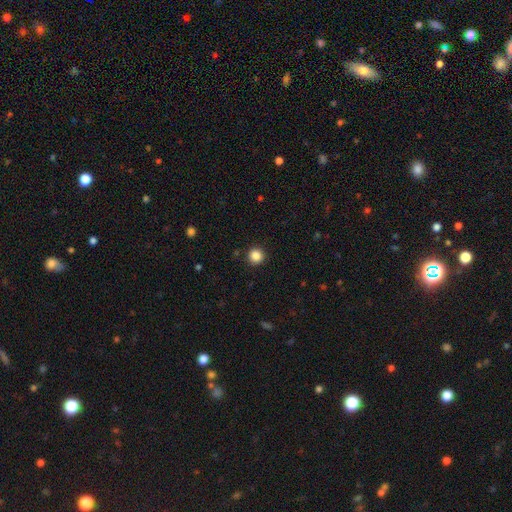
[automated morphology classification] smooth 86%, star or artifact 11%, featured or disk 3%. Down the decision tree: how rounded — round (95%); merging — none (92%).